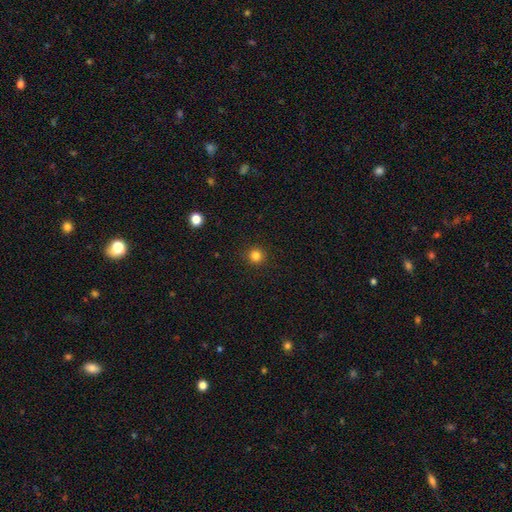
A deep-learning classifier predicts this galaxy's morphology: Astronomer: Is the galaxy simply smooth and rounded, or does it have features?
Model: smooth — 82%.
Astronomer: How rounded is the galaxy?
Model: round — 94%.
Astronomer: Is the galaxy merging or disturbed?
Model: none — 92%.